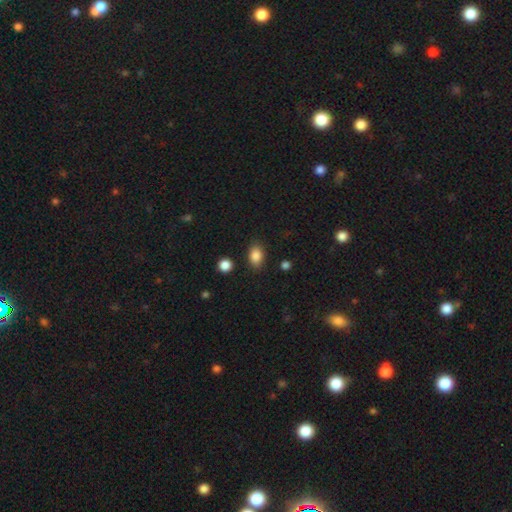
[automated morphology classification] A smooth galaxy with no disk features (86%) that is in between round and cigar-shaped (80%).

Vote fractions:
- Smooth or featured? smooth: 86% / star or artifact: 9% / featured or disk: 5%
- How rounded? in between: 80% / round: 19% / cigar-shaped: 2%
- Merging? none: 84% / minor disturbance: 11% / major disturbance: 3% / merger: 2%